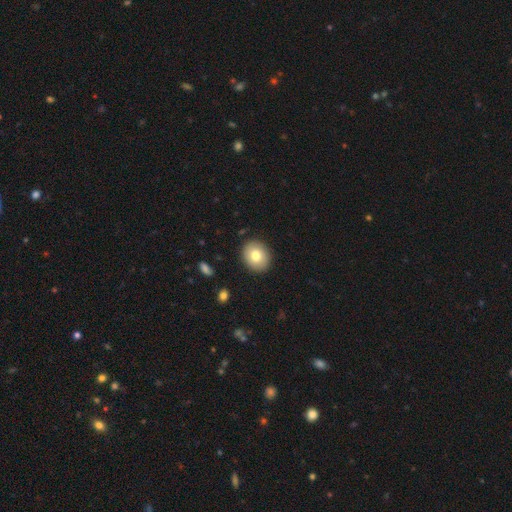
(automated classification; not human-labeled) A smooth galaxy with no disk features (78%) that is round (64%).

Vote fractions:
- Smooth or featured? smooth: 78% / featured or disk: 14% / star or artifact: 8%
- How rounded? round: 64% / in between: 35% / cigar-shaped: 1%
- Merging? none: 89% / minor disturbance: 8% / major disturbance: 2% / merger: 1%